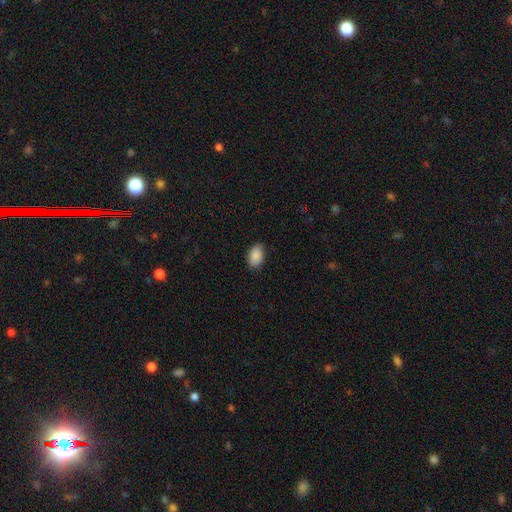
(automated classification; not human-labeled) smooth 90%, star or artifact 7%, featured or disk 3%. Down the decision tree: how rounded — in between (90%); merging — none (85%).